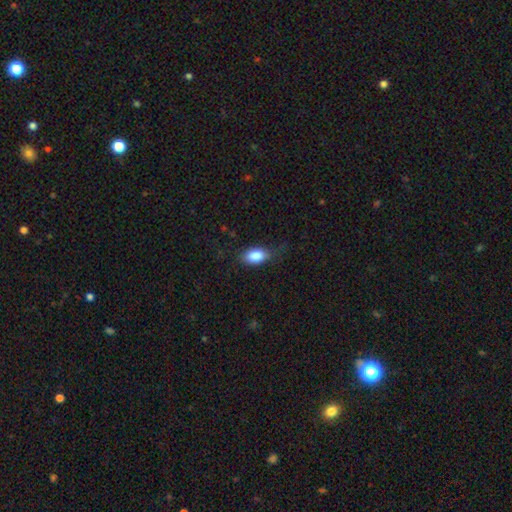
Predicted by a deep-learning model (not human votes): Q: Smooth or featured?
A: smooth (85%); runner-up: featured or disk (8%)
Q: How rounded?
A: in between (90%); runner-up: round (6%)
Q: Merging?
A: none (68%); runner-up: minor disturbance (22%)